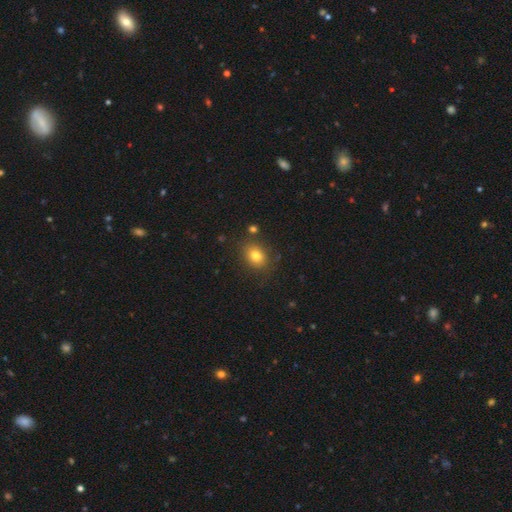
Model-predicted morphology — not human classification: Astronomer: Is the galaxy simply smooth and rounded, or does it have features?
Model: smooth — 79%.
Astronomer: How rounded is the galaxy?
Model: in between — 57% (runner-up: round, 42%).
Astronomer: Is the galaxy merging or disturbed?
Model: none — 82%.